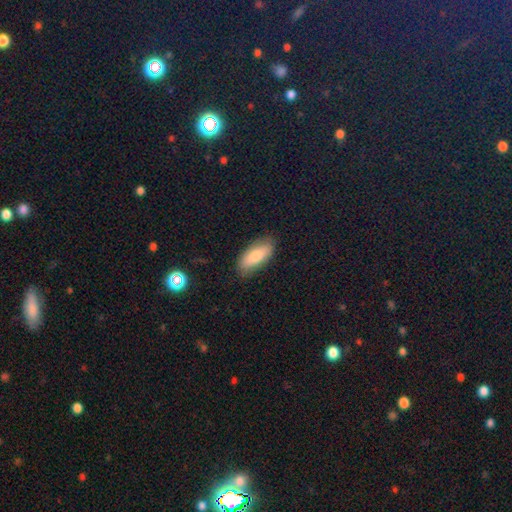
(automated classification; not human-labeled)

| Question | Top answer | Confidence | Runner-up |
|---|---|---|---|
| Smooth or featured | smooth | 77% | featured or disk (17%) |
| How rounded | in between | 82% | cigar-shaped (16%) |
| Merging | none | 80% | minor disturbance (15%) |